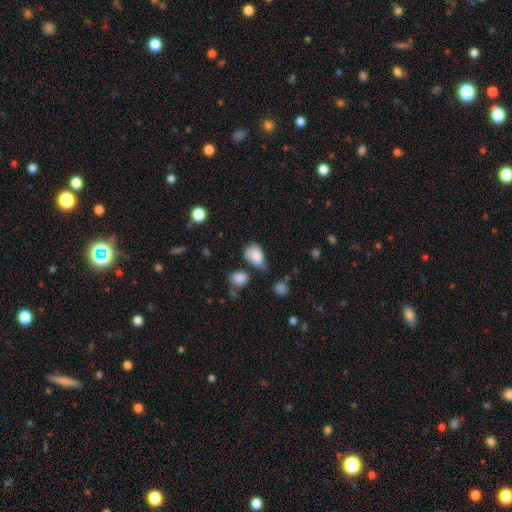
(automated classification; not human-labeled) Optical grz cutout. It shows a smooth galaxy with no disk features (82%) that is in between round and cigar-shaped (83%). Merging: none (35%, tied with minor disturbance).